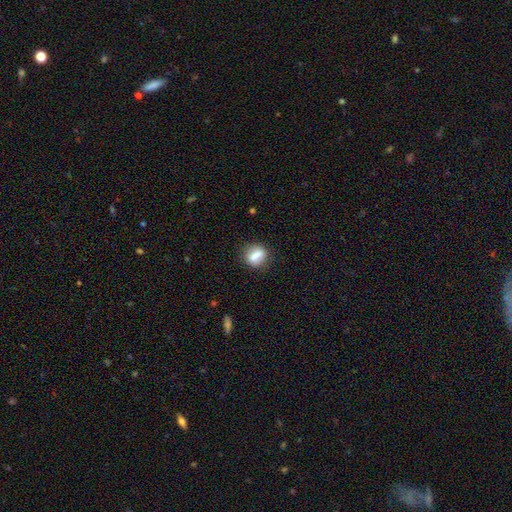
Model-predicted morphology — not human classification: A smooth galaxy with no disk features (72%) that is round (52%). Merging: none (79%).